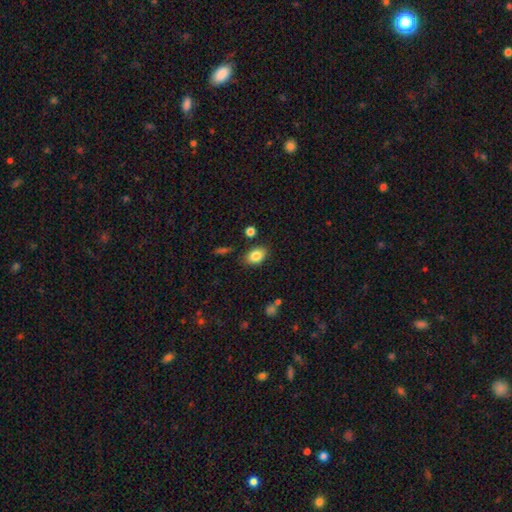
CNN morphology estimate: Overall: smooth (83%). How rounded: in between (80%). Merging: none (82%).